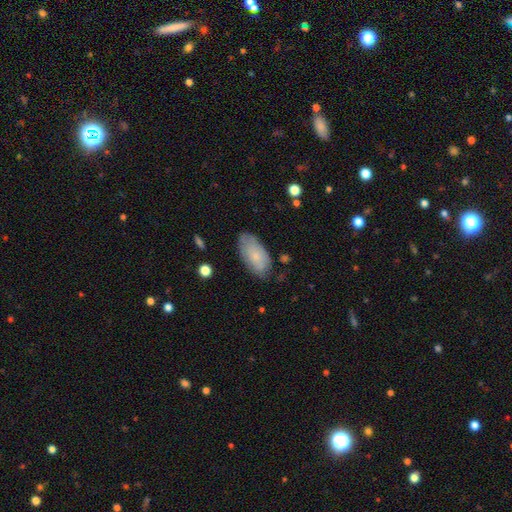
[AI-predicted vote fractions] Smooth or featured: smooth — 70% (featured or disk — 23%)
How rounded: in between — 94% (cigar-shaped — 3%)
Merging: none — 71% (minor disturbance — 22%)